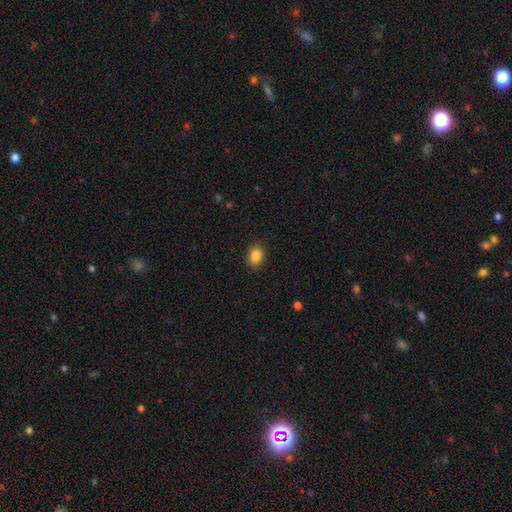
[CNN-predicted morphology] The model was most divided on "how rounded": in between: 54%, round: 45%, cigar-shaped: 1%. More confident: merging — none (89%); smooth or featured — smooth (86%).